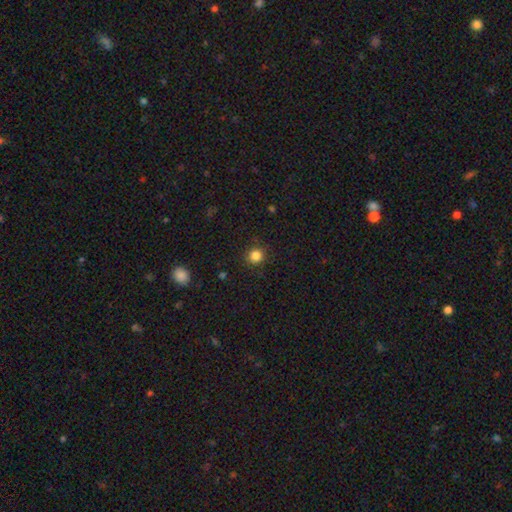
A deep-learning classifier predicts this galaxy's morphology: smooth-or-featured: smooth: 84% | star or artifact: 12% | featured or disk: 4%
  how-rounded: round: 91% | in between: 8% | cigar-shaped: 1%
  merging: none: 90% | minor disturbance: 7% | major disturbance: 2% | merger: 1%